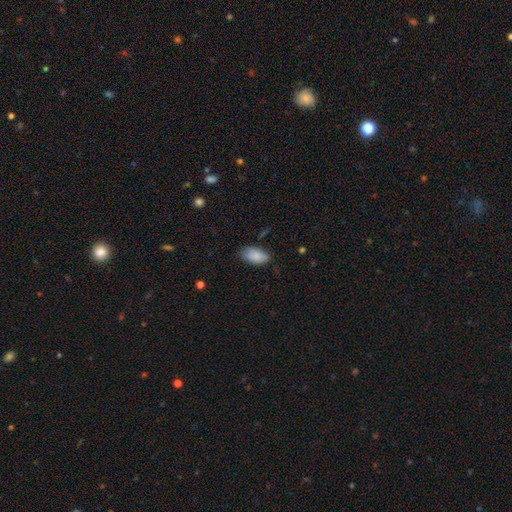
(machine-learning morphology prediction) type=smooth (87%); roundness=in between (94%); merging=none (76%).